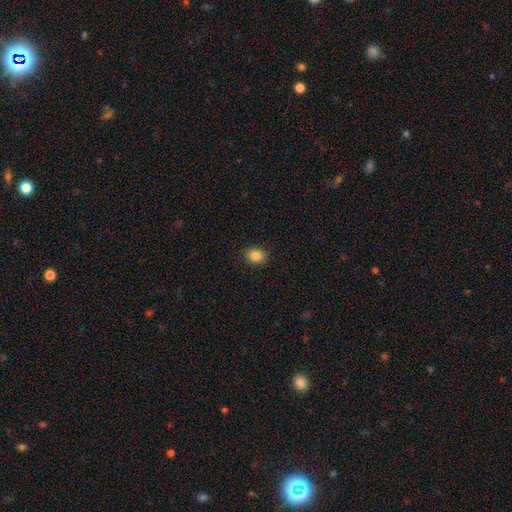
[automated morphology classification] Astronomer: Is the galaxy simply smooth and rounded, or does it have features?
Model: smooth — 85%.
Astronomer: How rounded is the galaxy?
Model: round — 64%.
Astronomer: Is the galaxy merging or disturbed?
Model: none — 90%.